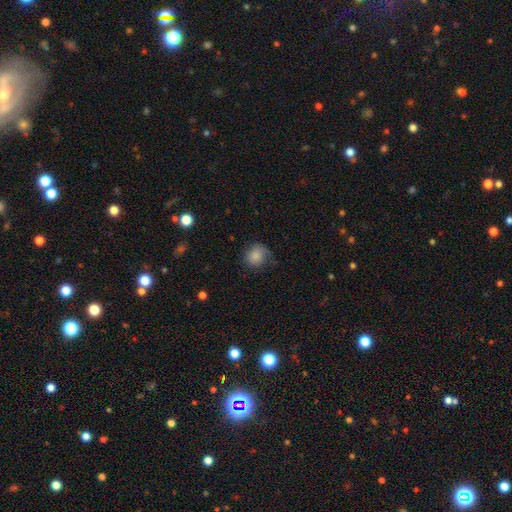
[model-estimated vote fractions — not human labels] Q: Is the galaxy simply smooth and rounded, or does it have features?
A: smooth — 84%.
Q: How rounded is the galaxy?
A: round — 78%.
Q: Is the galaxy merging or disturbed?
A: none — 65%.